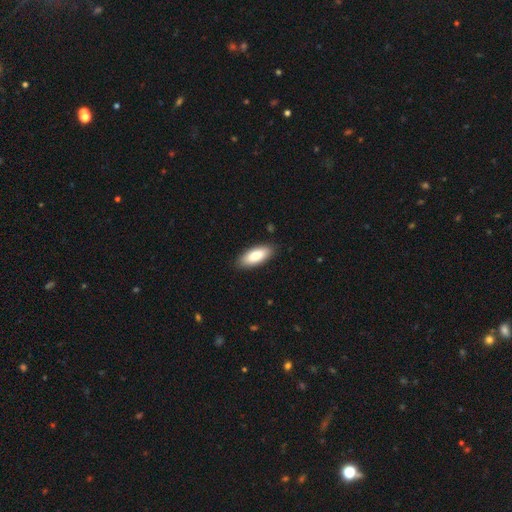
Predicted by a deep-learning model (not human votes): Smooth or featured? Predicted: smooth (p=0.84). How rounded? Predicted: in between (p=0.81). Merging? Predicted: none (p=0.88).